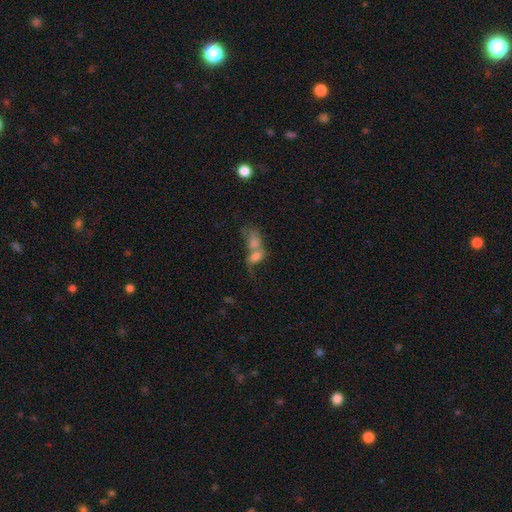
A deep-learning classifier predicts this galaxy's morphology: A smooth galaxy with no disk features (64%) that is in between round and cigar-shaped (75%).

Vote fractions:
- Smooth or featured? smooth: 64% / featured or disk: 25% / star or artifact: 11%
- How rounded? in between: 75% / round: 20% / cigar-shaped: 4%
- Merging? merger: 78% / none: 9% / major disturbance: 8% / minor disturbance: 5%